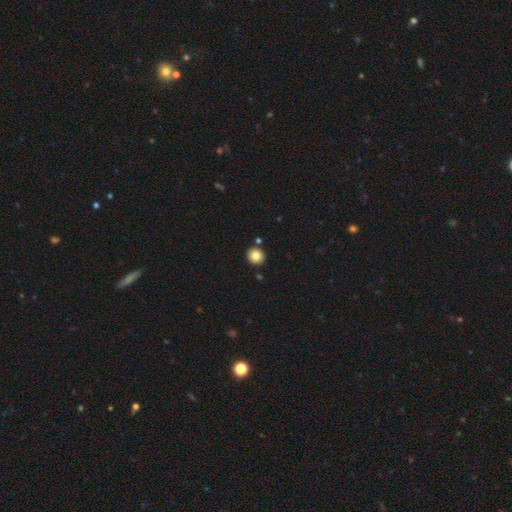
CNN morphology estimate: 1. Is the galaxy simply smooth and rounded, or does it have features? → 84% smooth, 10% star or artifact, 6% featured or disk.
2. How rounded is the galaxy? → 92% round, 8% in between, 1% cigar-shaped.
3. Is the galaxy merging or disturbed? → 88% none, 6% minor disturbance, 5% merger, 2% major disturbance.